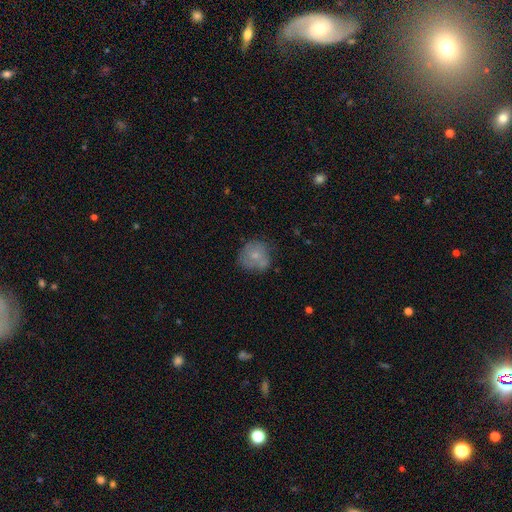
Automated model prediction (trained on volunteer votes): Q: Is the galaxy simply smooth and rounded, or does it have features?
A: smooth — 63%.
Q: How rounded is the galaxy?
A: round — 81%.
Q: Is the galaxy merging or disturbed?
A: none — 55%.